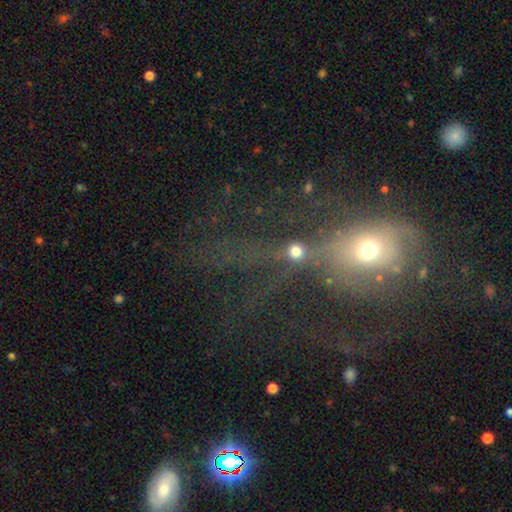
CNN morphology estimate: This appears to be a featured or disk galaxy (40%). Merging: major disturbance (44%).